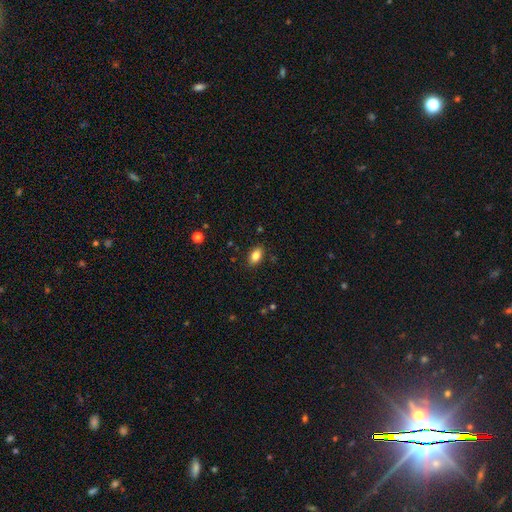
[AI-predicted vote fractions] The model was most divided on "smooth or featured": smooth: 84%, star or artifact: 9%, featured or disk: 7%. More confident: how rounded — in between (90%); merging — none (87%).